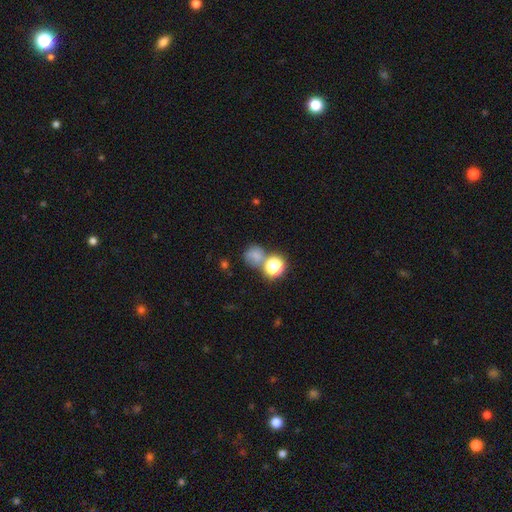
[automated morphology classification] Smooth or featured?
  - smooth: 67% *
  - star or artifact: 23%
  - featured or disk: 10%
How rounded?
  - round: 78% *
  - in between: 21%
  - cigar-shaped: 1%
Merging?
  - none: 51% *
  - merger: 28%
  - minor disturbance: 13%
  - major disturbance: 8%